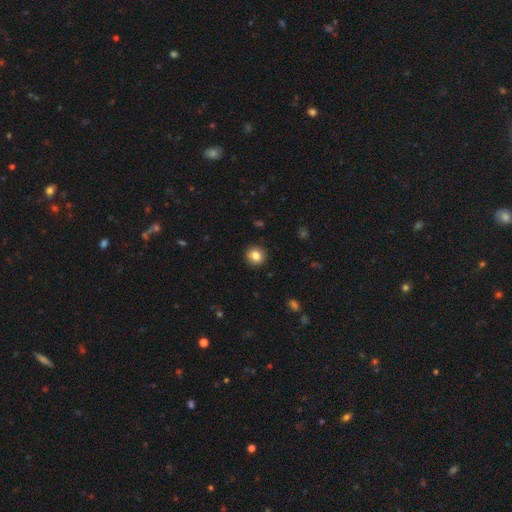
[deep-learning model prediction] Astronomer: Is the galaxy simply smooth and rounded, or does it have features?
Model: smooth — 83%.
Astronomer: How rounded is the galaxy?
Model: round — 89%.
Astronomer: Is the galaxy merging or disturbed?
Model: none — 91%.